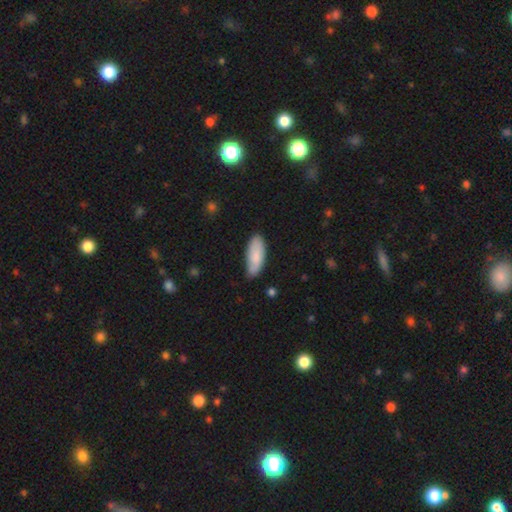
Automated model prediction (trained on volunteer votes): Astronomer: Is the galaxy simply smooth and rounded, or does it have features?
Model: smooth — 84%.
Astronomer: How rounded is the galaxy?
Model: in between — 77%.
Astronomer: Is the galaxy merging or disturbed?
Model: none — 77%.